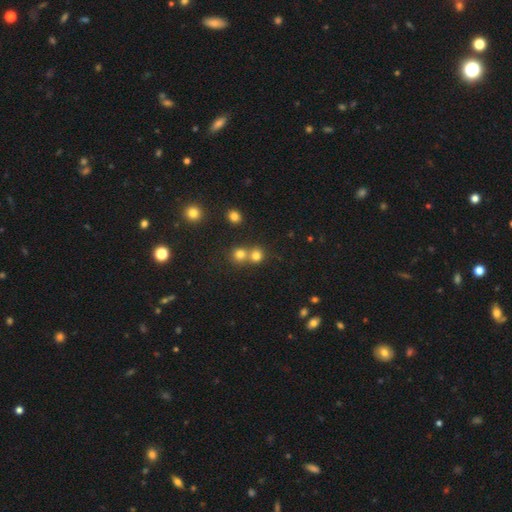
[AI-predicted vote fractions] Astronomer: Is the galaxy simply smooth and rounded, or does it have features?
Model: smooth — 76%.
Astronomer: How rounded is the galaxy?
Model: round — 88%.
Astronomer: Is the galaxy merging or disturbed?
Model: none — 50% (runner-up: merger, 42%).